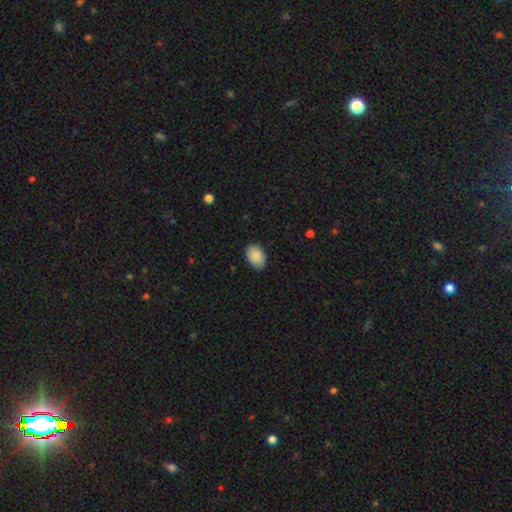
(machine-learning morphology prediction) A smooth galaxy with no disk features (90%) that is in between round and cigar-shaped (86%). Merging: none (84%).